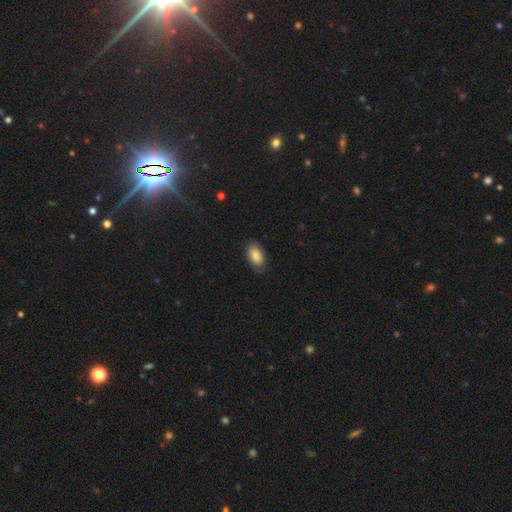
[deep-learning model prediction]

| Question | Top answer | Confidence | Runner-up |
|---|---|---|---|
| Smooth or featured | smooth | 87% | star or artifact (7%) |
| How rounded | in between | 93% | round (5%) |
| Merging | none | 84% | minor disturbance (13%) |